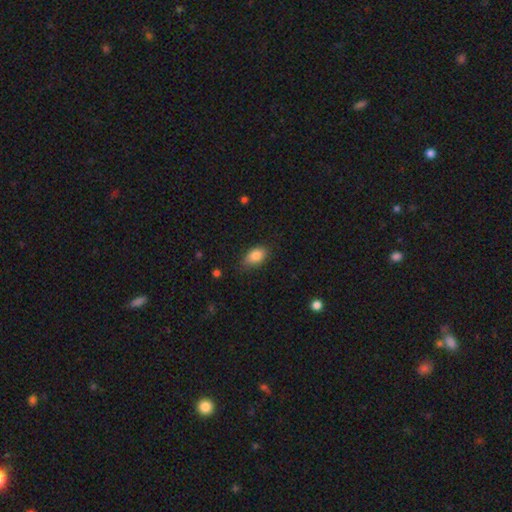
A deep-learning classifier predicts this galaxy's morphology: Smooth or featured? smooth (85%)
How rounded? in between (88%)
Merging? none (76%)